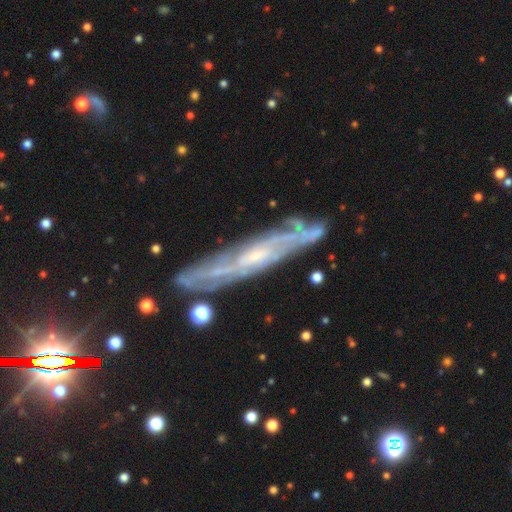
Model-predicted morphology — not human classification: smooth-or-featured: featured or disk: 76% | smooth: 14% | star or artifact: 10%
  disk-edge-on: yes: 59% | no: 41%
  merging: none: 77% | minor disturbance: 16% | major disturbance: 4% | merger: 3%